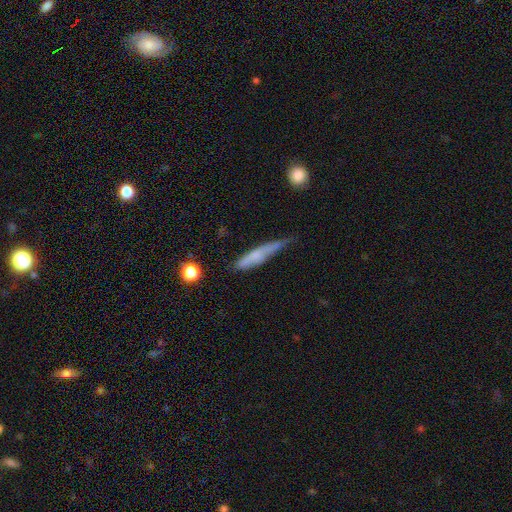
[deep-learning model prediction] This appears to be a smooth galaxy with no disk features (58%) that is cigar-shaped (88%). Merging: none (50%).